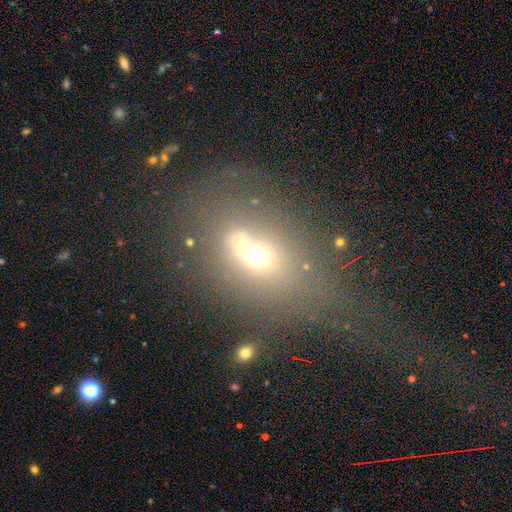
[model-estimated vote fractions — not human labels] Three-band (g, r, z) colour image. It shows a smooth galaxy with no disk features (49%). Merging: merger (46%).